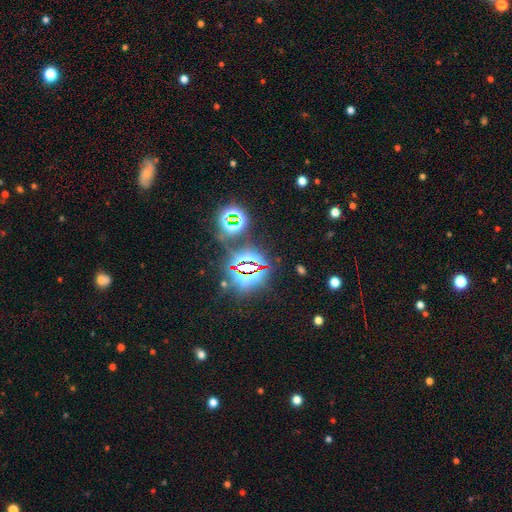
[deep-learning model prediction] Overall: star or artifact (80%).